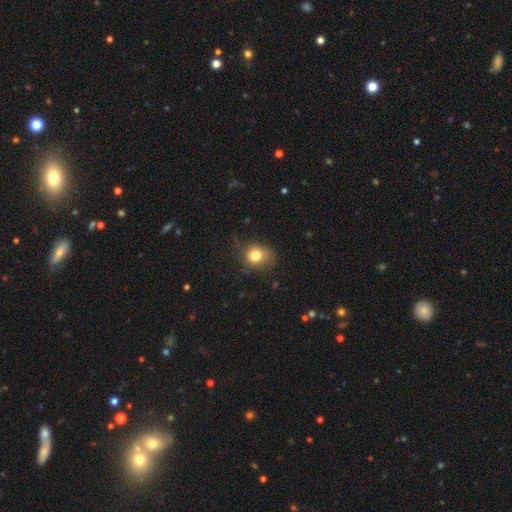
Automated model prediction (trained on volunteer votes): smooth_or_featured: smooth (p=0.78) [alt: star or artifact p=0.13]
how_rounded: round (p=0.74) [alt: in between p=0.25]
merging: none (p=0.70) [alt: minor disturbance p=0.21]